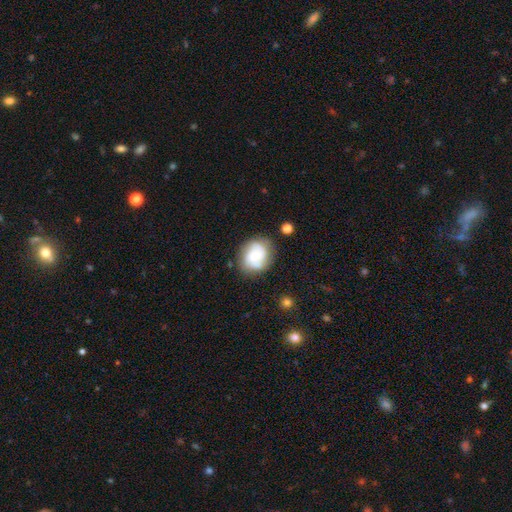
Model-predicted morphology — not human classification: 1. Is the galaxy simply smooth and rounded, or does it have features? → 60% featured or disk, 32% smooth, 7% star or artifact.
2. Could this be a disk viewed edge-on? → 97% no, 3% yes.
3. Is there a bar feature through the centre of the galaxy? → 60% no, 33% weak, 7% strong.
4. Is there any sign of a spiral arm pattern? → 88% yes, 12% no.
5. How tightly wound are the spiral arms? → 44% medium, 33% tight, 23% loose.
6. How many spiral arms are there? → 62% 2, 16% can't tell, 13% 3, 4% 1, 3% 4, 2% more than 4.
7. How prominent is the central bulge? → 51% moderate, 42% small, 4% large, 2% none, 1% dominant.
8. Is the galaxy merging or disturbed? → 76% none, 16% minor disturbance, 5% major disturbance, 2% merger.